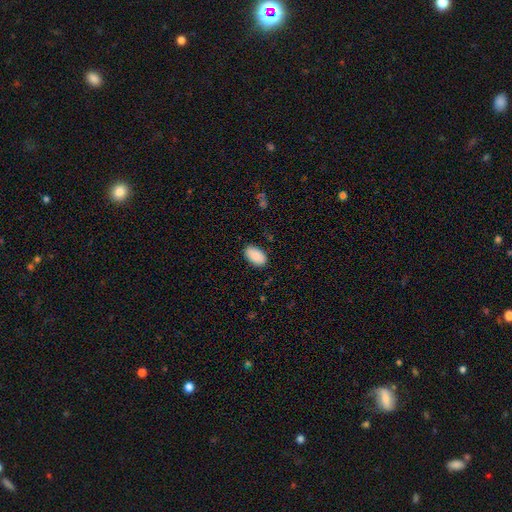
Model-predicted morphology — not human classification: Q: Smooth or featured?
A: smooth (90%); runner-up: star or artifact (6%)
Q: How rounded?
A: in between (95%); runner-up: round (4%)
Q: Merging?
A: none (86%); runner-up: minor disturbance (11%)